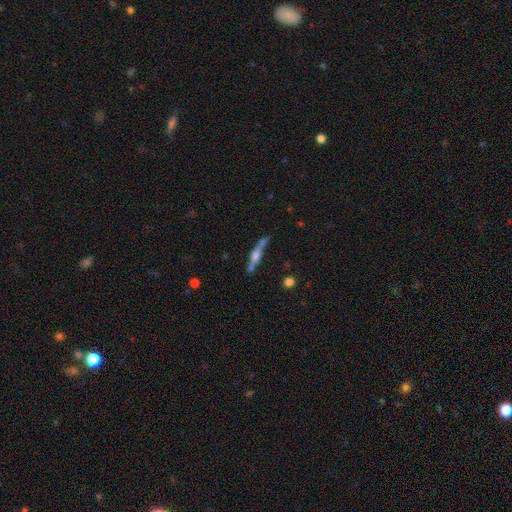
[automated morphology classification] featured or disk 61%, smooth 31%, star or artifact 8%. Down the decision tree: edge-on disk — yes (89%); edge-on bulge — rounded (81%); merging — none (59%).